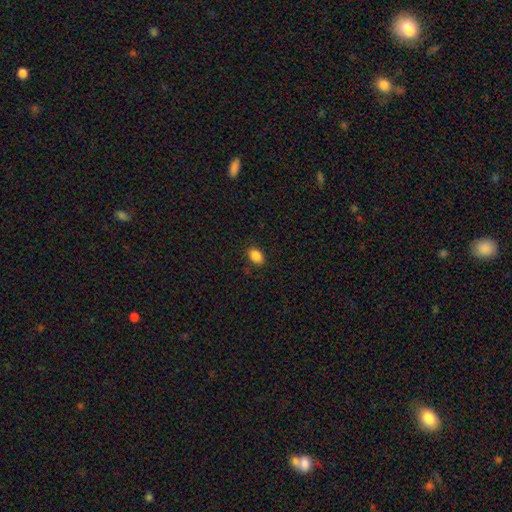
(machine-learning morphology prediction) The model was most divided on "how rounded": in between: 80%, round: 19%, cigar-shaped: 1%. More confident: smooth or featured — smooth (88%); merging — none (87%).